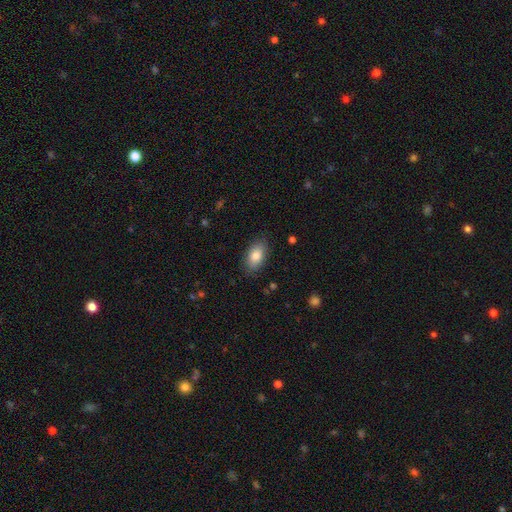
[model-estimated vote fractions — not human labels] A smooth galaxy with no disk features (83%) that is in between round and cigar-shaped (91%).

Vote fractions:
- Smooth or featured? smooth: 83% / featured or disk: 10% / star or artifact: 7%
- How rounded? in between: 91% / round: 6% / cigar-shaped: 3%
- Merging? none: 85% / minor disturbance: 12% / major disturbance: 3% / merger: 1%